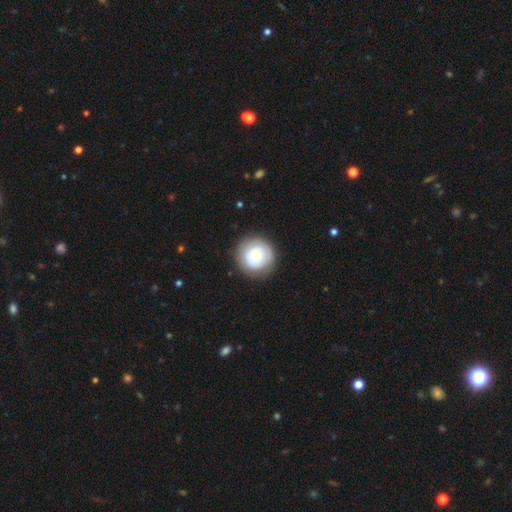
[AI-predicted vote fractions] The model was most divided on "smooth or featured": smooth: 61%, featured or disk: 32%, star or artifact: 7%. More confident: how rounded — round (94%); merging — none (84%).